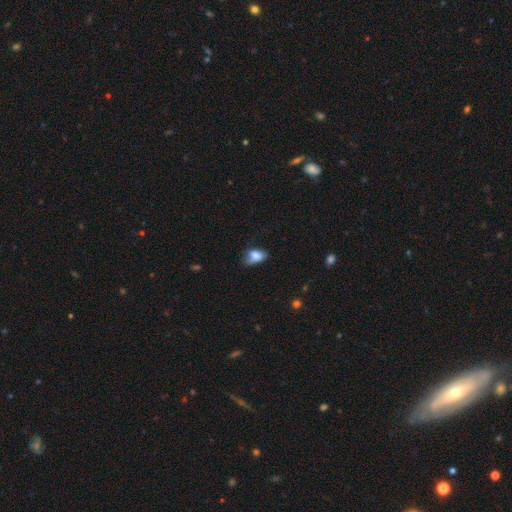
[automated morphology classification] Q: Smooth or featured?
A: smooth (78%); runner-up: featured or disk (13%)
Q: How rounded?
A: in between (86%); runner-up: round (11%)
Q: Merging?
A: minor disturbance (41%); runner-up: none (39%)